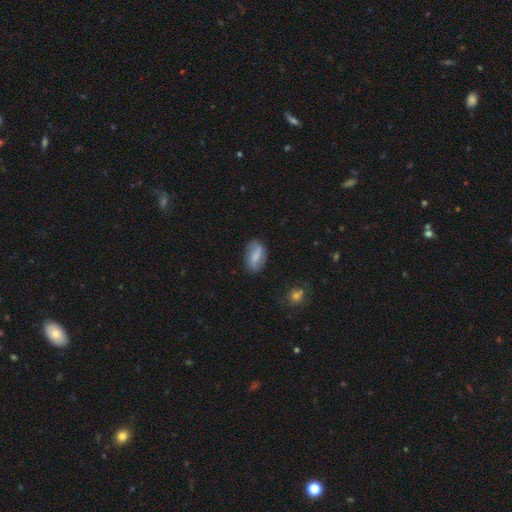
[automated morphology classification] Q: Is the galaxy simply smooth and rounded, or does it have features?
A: smooth — 55%.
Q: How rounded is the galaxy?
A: in between — 89%.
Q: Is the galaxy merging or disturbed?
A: none — 75%.